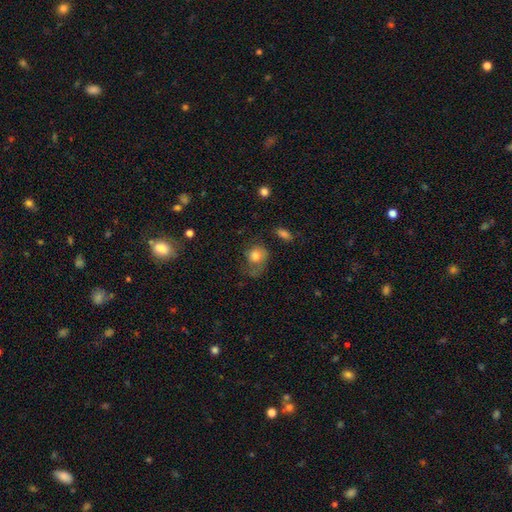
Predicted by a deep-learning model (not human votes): This appears to be a smooth galaxy with no disk features (70%) that is round (63%). Merging: major disturbance (40%).